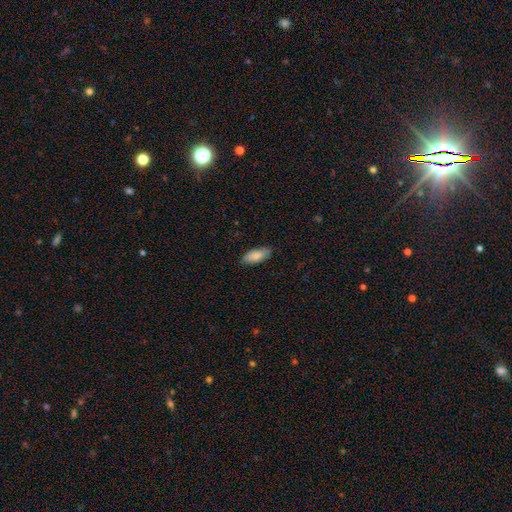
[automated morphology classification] The model was most divided on "merging": none: 82%, minor disturbance: 14%, major disturbance: 2%, merger: 1%. More confident: smooth or featured — smooth (85%); how rounded — in between (85%).